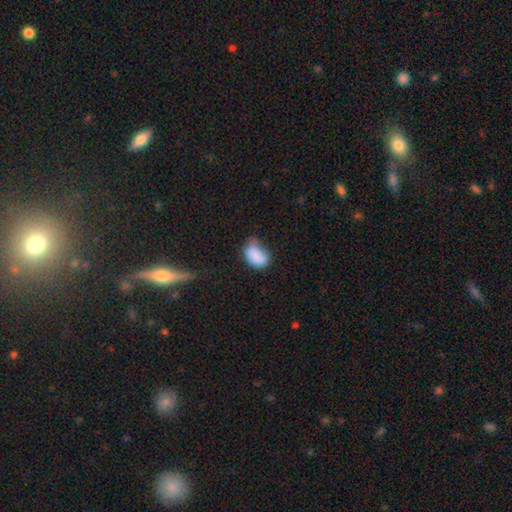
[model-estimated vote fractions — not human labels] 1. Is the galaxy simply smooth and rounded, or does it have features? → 80% smooth, 11% featured or disk, 8% star or artifact.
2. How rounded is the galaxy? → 83% in between, 16% round, 1% cigar-shaped.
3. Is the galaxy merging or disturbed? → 39% none, 38% minor disturbance, 15% major disturbance, 7% merger.